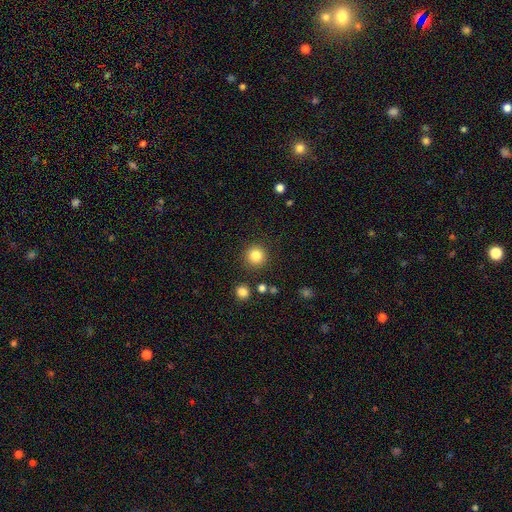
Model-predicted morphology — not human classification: Smooth or featured? smooth (84%)
How rounded? round (95%)
Merging? none (89%)